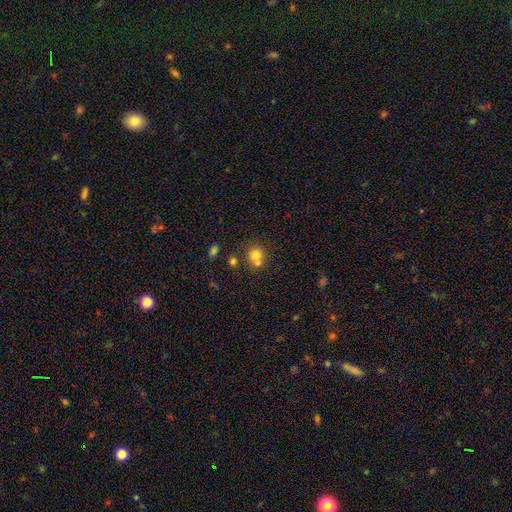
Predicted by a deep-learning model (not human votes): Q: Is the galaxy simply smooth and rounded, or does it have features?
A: smooth — 73%.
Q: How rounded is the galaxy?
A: round — 84%.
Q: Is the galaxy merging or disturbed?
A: none — 45%.